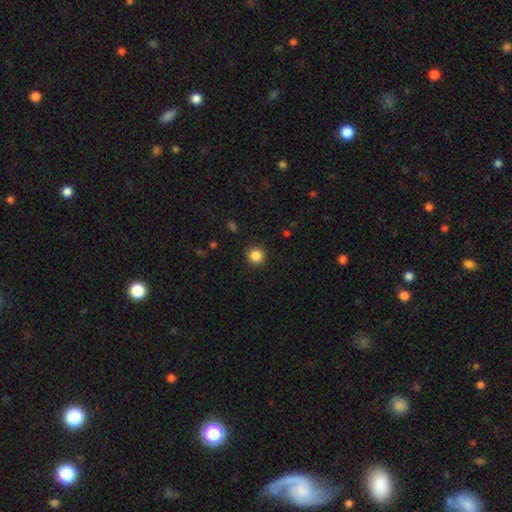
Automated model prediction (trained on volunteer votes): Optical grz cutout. It shows a smooth galaxy with no disk features (86%) that is round (94%). Merging: none (91%).